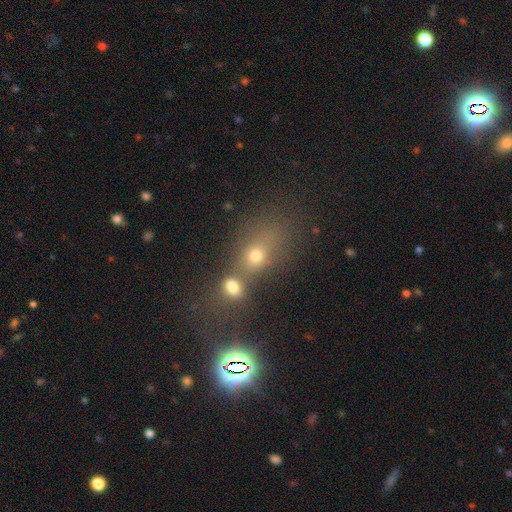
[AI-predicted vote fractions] Smooth or featured? star or artifact (47%)